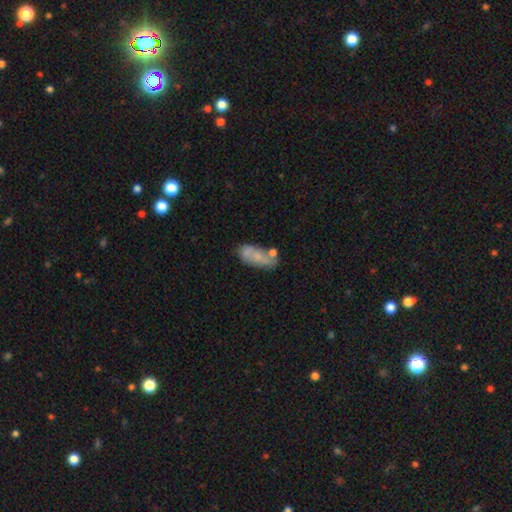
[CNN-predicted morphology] This is possibly a smooth galaxy (52%). How rounded: likely in between (79%). Merging: possibly none (47%).